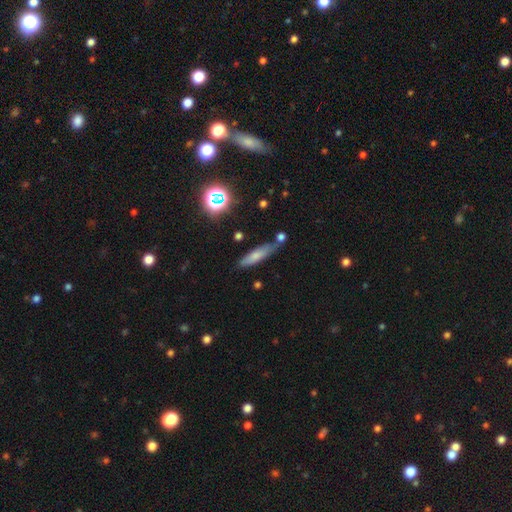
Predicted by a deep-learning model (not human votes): Overall: smooth (65%). How rounded: cigar-shaped (73%). Merging: none (67%).